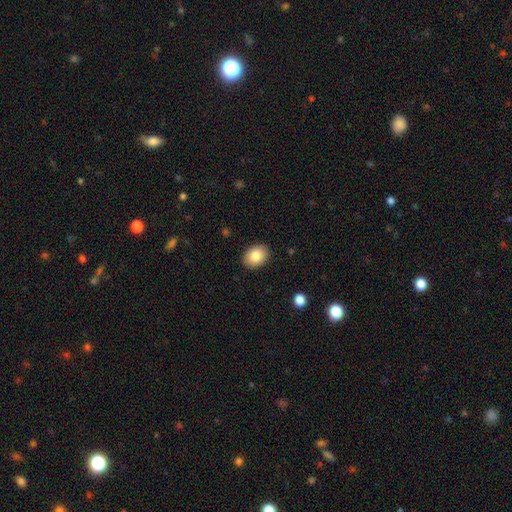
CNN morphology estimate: Smooth or featured? smooth (84%)
How rounded? in between (69%)
Merging? none (90%)